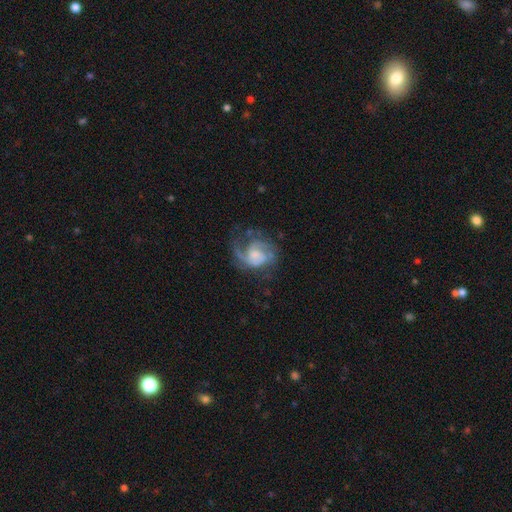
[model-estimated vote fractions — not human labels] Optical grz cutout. It shows a featured or disk galaxy (81%) with no bar (61%), 2 (49%) medium (49%) spiral arms (94%) and a moderate central bulge (35%). Merging: none (53%).